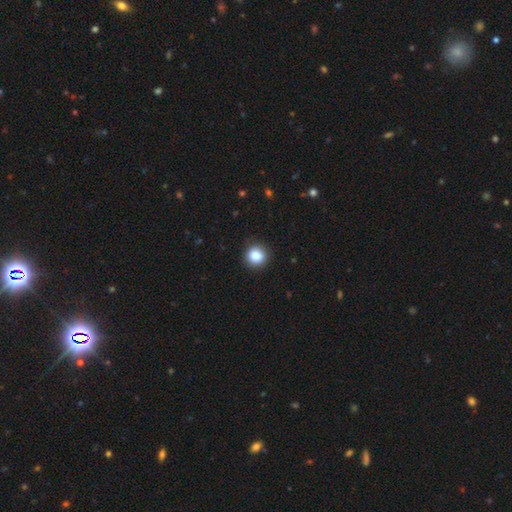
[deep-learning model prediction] Smooth or featured?
  - smooth: 87% *
  - star or artifact: 9%
  - featured or disk: 4%
How rounded?
  - round: 88% *
  - in between: 11%
  - cigar-shaped: 1%
Merging?
  - none: 89% *
  - minor disturbance: 8%
  - major disturbance: 2%
  - merger: 1%